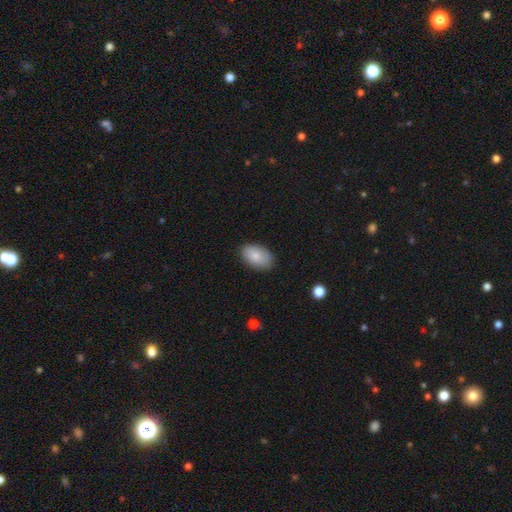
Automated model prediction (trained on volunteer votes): This appears to be a smooth galaxy with no disk features (83%) that is in between round and cigar-shaped (92%). Merging: none (82%).